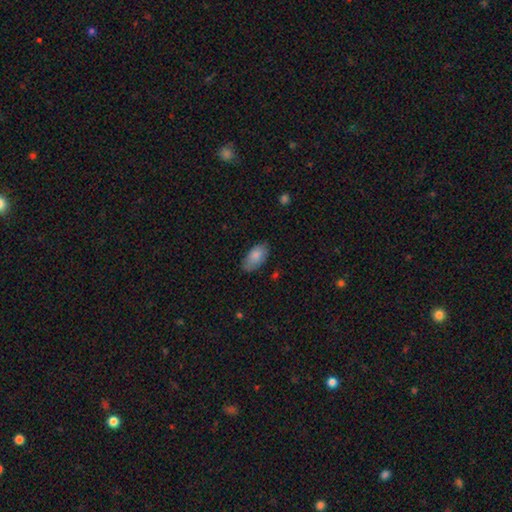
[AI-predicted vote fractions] smooth-or-featured: smooth: 85% | featured or disk: 9% | star or artifact: 6%
  how-rounded: in between: 94% | cigar-shaped: 3% | round: 3%
  merging: none: 76% | minor disturbance: 19% | major disturbance: 4% | merger: 1%